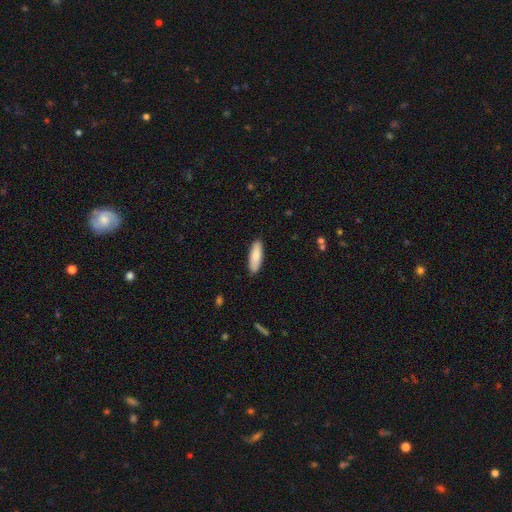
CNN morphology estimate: Smooth or featured: smooth — 84% (featured or disk — 11%)
How rounded: in between — 51% (cigar-shaped — 47%)
Merging: none — 89% (minor disturbance — 8%)